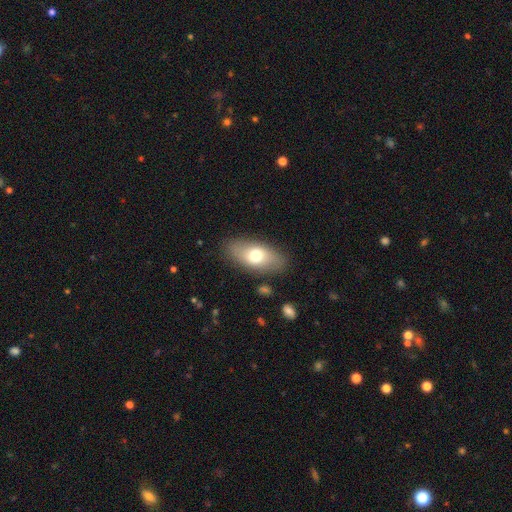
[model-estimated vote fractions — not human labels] The model was most divided on "smooth or featured": smooth: 66%, featured or disk: 27%, star or artifact: 7%. More confident: how rounded — in between (89%); merging — none (83%).